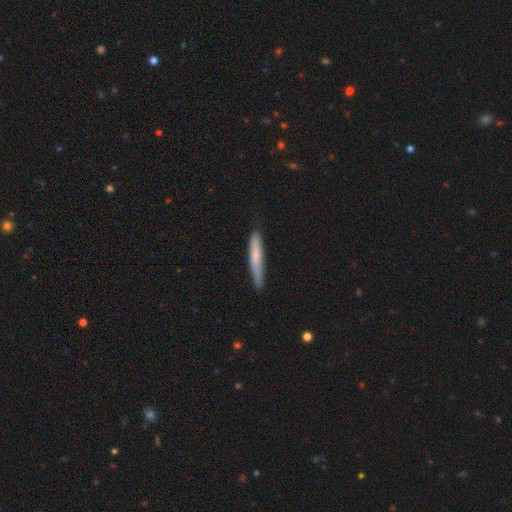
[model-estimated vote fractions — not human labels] Morphology: type=smooth (69%); roundness=cigar-shaped (94%); merging=none (80%).